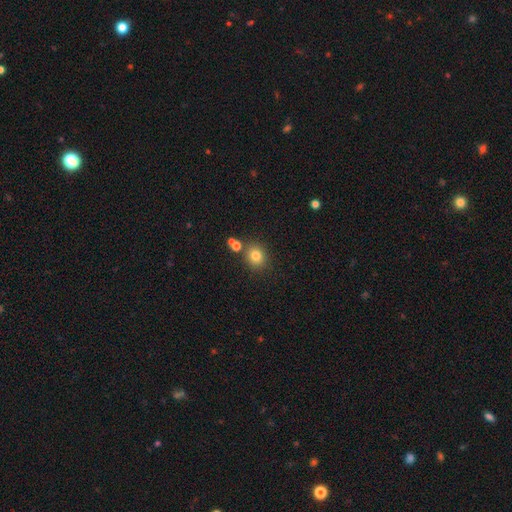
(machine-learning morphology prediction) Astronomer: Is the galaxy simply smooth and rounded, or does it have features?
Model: smooth — 80%.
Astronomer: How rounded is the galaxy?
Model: round — 78%.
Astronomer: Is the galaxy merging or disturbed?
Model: none — 77%.